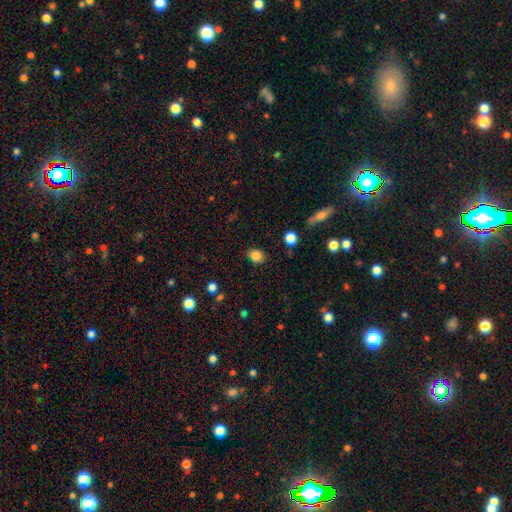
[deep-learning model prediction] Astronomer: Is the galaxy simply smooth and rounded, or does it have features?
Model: smooth — 84%.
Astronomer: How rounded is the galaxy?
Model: round — 65%.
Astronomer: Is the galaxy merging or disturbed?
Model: none — 82%.